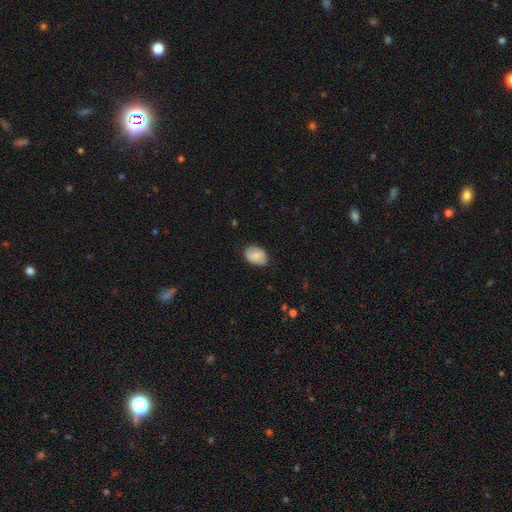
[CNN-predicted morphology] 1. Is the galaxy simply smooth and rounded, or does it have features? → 78% smooth, 16% featured or disk, 7% star or artifact.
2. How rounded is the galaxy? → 79% in between, 20% round, 1% cigar-shaped.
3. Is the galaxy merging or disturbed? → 80% none, 16% minor disturbance, 3% major disturbance, 1% merger.